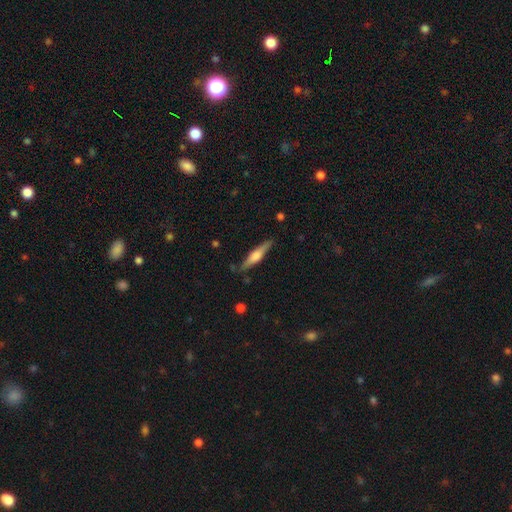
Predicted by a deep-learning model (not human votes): Smooth or featured?
  - featured or disk: 57% *
  - smooth: 38%
  - star or artifact: 6%
Edge-on disk?
  - yes: 96% *
  - no: 4%
Edge-on bulge?
  - rounded: 80% *
  - boxy: 16%
  - none: 5%
Merging?
  - none: 85% *
  - minor disturbance: 11%
  - major disturbance: 2%
  - merger: 2%